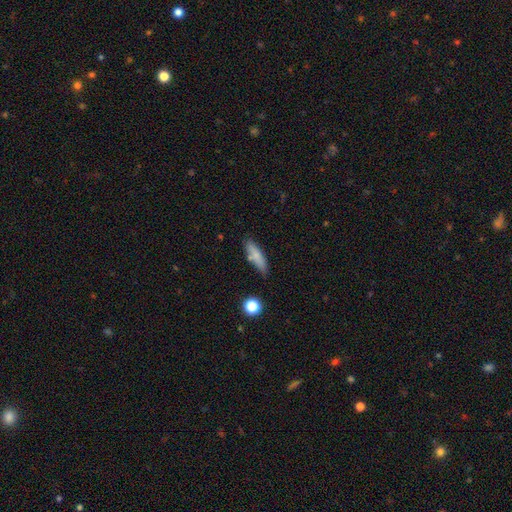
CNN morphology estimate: Smooth or featured? smooth (77%)
How rounded? cigar-shaped (58%)
Merging? none (74%)